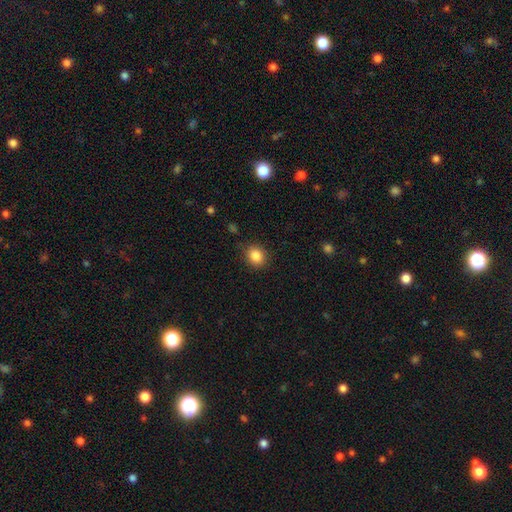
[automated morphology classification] A smooth galaxy with no disk features (86%) that is round (65%).

Vote fractions:
- Smooth or featured? smooth: 86% / star or artifact: 10% / featured or disk: 5%
- How rounded? round: 65% / in between: 34% / cigar-shaped: 1%
- Merging? none: 86% / minor disturbance: 10% / major disturbance: 3% / merger: 1%